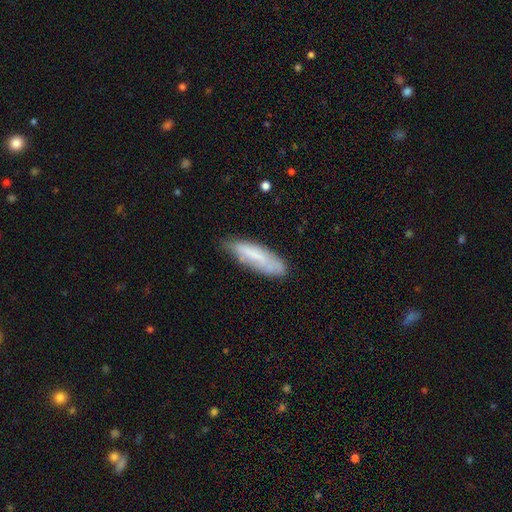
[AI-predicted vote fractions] Smooth or featured? smooth (64%)
How rounded? cigar-shaped (57%)
Merging? none (62%)